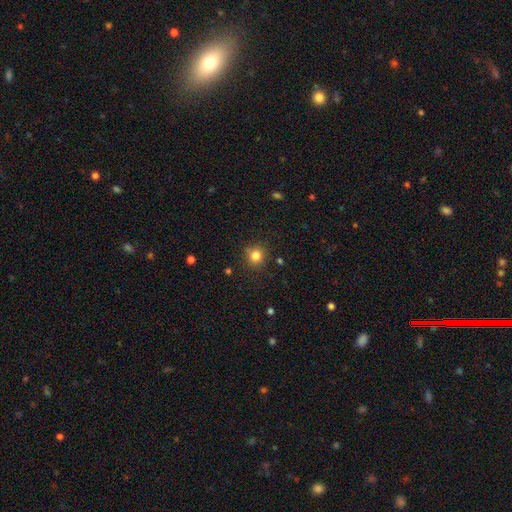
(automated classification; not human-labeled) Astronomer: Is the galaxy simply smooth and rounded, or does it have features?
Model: smooth — 82%.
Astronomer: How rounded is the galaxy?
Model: round — 89%.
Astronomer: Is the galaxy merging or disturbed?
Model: none — 87%.